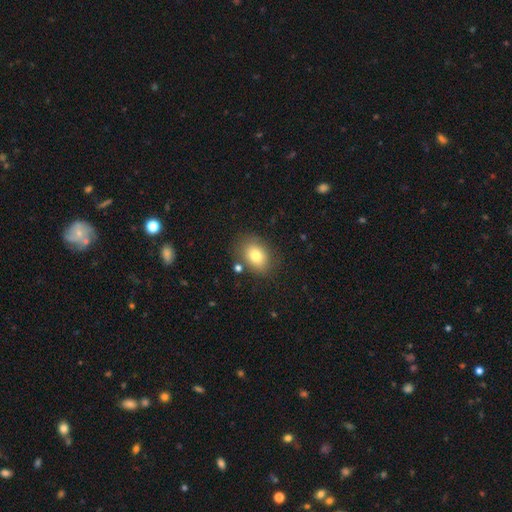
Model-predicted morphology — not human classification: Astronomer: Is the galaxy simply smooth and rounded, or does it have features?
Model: smooth — 81%.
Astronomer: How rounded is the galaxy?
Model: in between — 71%.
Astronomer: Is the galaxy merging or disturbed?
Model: none — 79%.